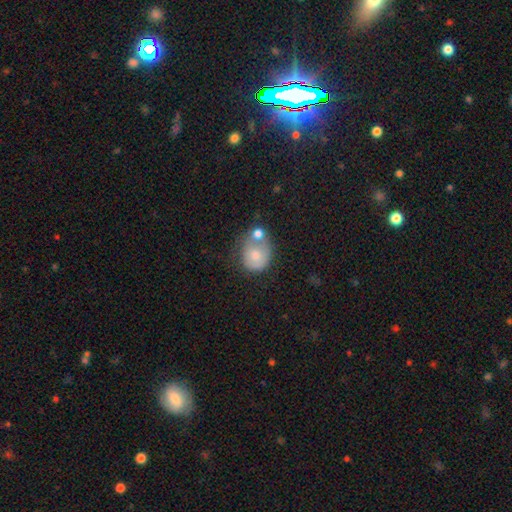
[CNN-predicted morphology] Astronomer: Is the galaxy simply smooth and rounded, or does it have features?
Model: smooth — 67%.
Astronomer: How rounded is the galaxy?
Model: round — 70%.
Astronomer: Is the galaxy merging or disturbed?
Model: merger — 43% (runner-up: none, 28%).